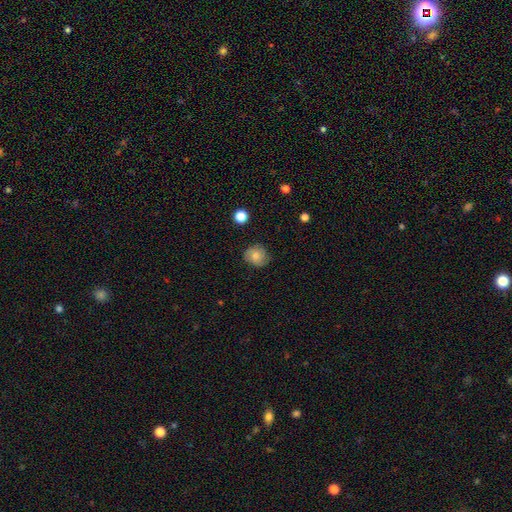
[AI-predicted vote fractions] smooth 72%, featured or disk 19%, star or artifact 9%. Down the decision tree: how rounded — round (78%); merging — none (78%).